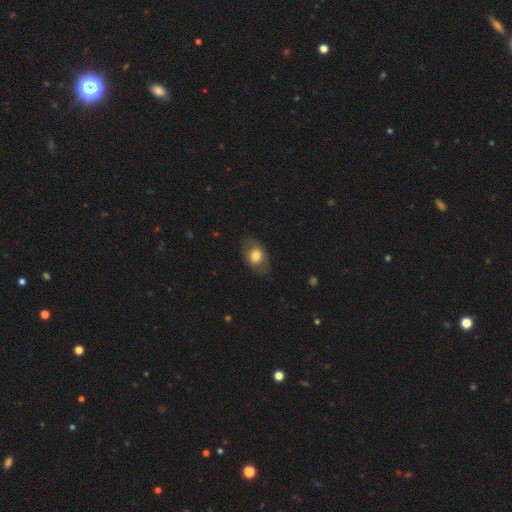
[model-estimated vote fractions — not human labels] A smooth galaxy with no disk features (70%) that is in between round and cigar-shaped (79%).

Vote fractions:
- Smooth or featured? smooth: 70% / featured or disk: 23% / star or artifact: 7%
- How rounded? in between: 79% / round: 20% / cigar-shaped: 1%
- Merging? none: 75% / minor disturbance: 18% / major disturbance: 6% / merger: 1%